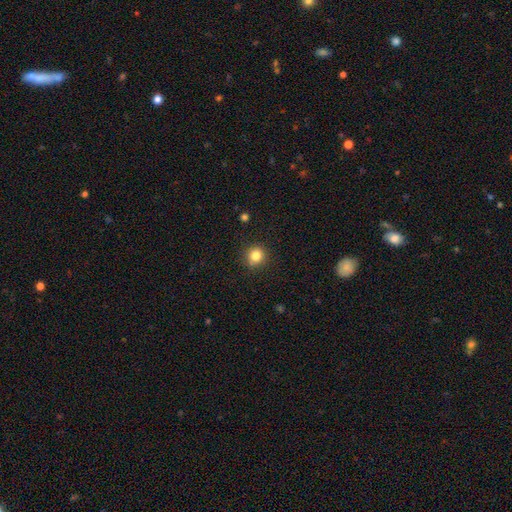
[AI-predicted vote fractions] Smooth or featured? smooth (83%)
How rounded? round (92%)
Merging? none (89%)